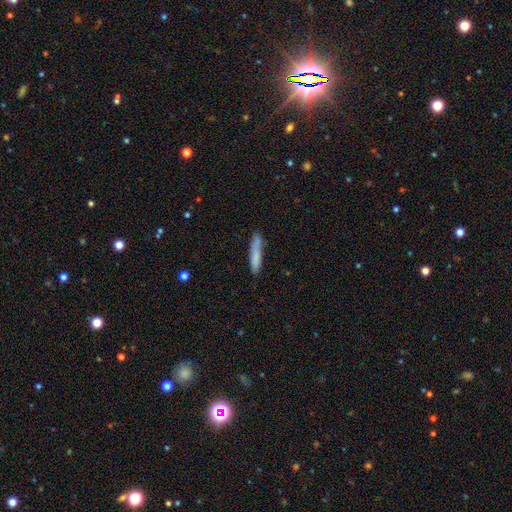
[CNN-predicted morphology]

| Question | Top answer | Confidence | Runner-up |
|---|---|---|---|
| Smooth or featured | smooth | 79% | featured or disk (15%) |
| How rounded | cigar-shaped | 90% | in between (9%) |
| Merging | none | 75% | minor disturbance (18%) |